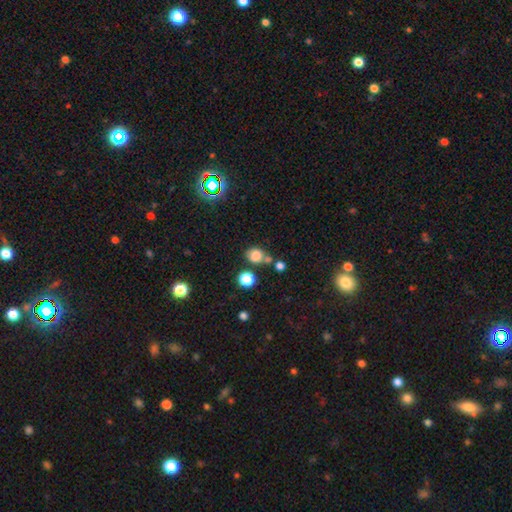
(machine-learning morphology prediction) A smooth galaxy with no disk features (78%) that is round (76%).

Vote fractions:
- Smooth or featured? smooth: 78% / star or artifact: 15% / featured or disk: 7%
- How rounded? round: 76% / in between: 23% / cigar-shaped: 1%
- Merging? none: 57% / merger: 23% / minor disturbance: 14% / major disturbance: 6%